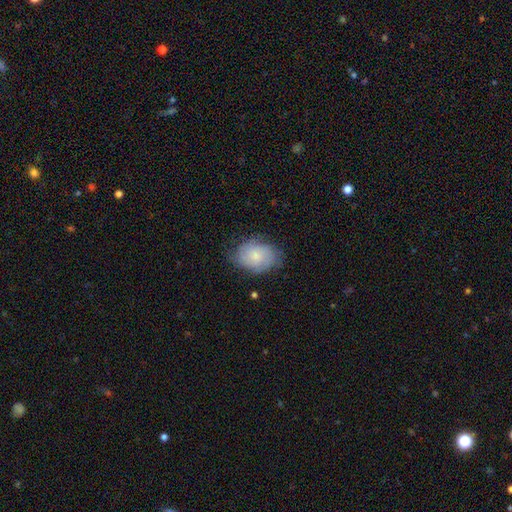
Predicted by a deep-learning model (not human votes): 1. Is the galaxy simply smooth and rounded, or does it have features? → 47% smooth, 45% featured or disk, 8% star or artifact.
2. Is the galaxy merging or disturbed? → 67% none, 24% minor disturbance, 8% major disturbance, 1% merger.